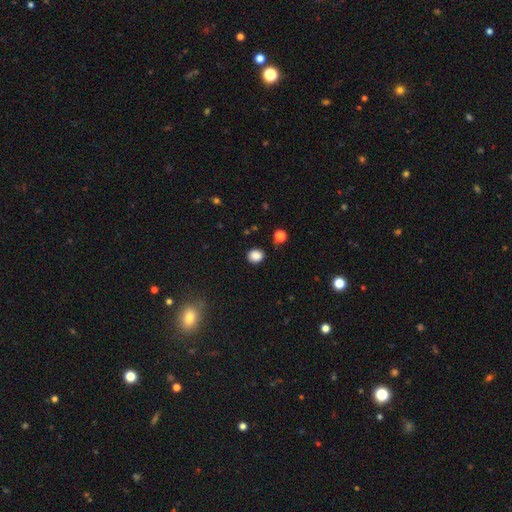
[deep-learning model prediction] Smooth or featured?
  - smooth: 86% *
  - star or artifact: 11%
  - featured or disk: 3%
How rounded?
  - round: 69% *
  - in between: 30%
  - cigar-shaped: 1%
Merging?
  - none: 84% *
  - minor disturbance: 11%
  - major disturbance: 3%
  - merger: 2%